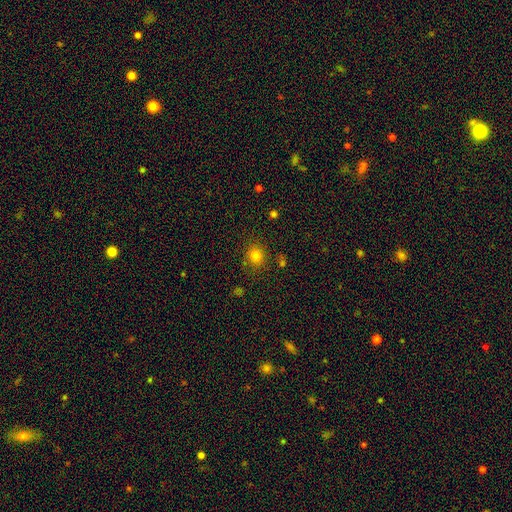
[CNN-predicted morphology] The model was most divided on "smooth or featured": smooth: 79%, star or artifact: 15%, featured or disk: 6%. More confident: how rounded — round (82%); merging — none (82%).